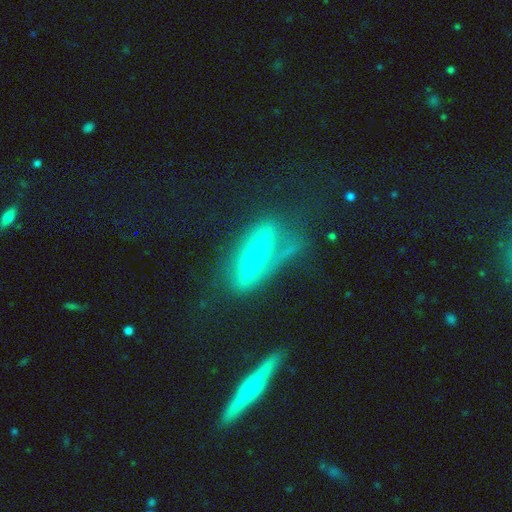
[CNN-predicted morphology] The model was most divided on "edge-on disk": no: 53%, yes: 47%. Remaining: smooth or featured — featured or disk (56%); merging — none (49%).